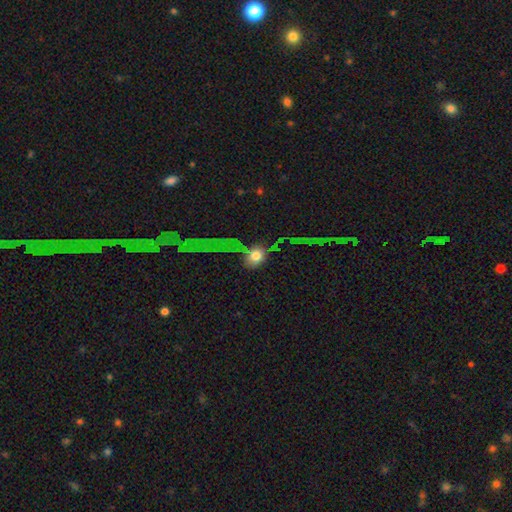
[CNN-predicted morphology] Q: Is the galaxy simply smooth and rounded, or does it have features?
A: smooth — 57%.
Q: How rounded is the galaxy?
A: round — 62%.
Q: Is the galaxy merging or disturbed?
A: none — 51%.